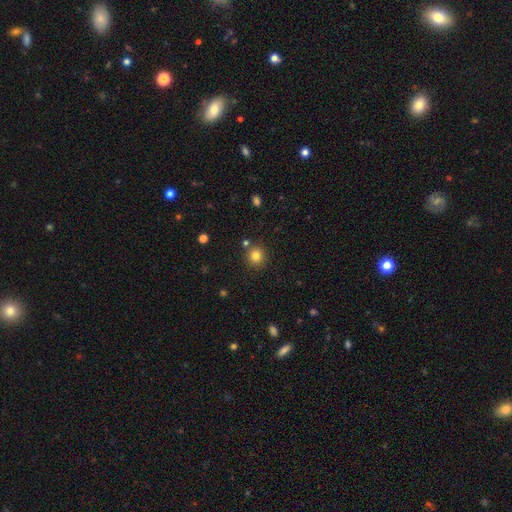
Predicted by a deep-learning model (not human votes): Smooth or featured? smooth (81%)
How rounded? round (91%)
Merging? none (83%)